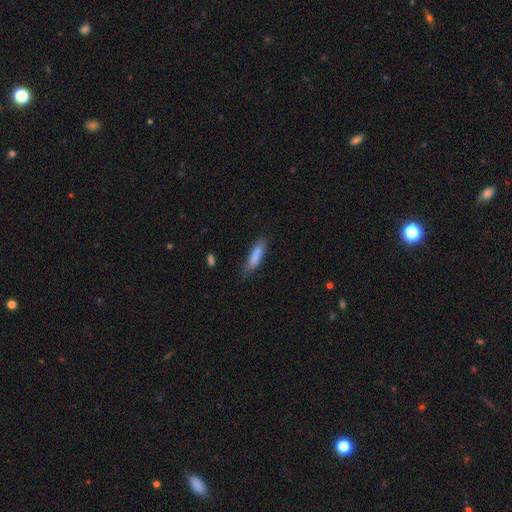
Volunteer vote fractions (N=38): Smooth or featured: smooth — 89% (featured or disk — 8%)
How rounded: cigar-shaped — 76% (in between — 21%)
Merging: none — 59% (minor disturbance — 27%)